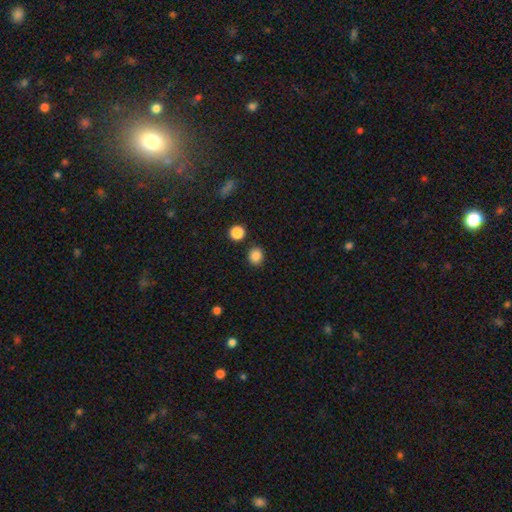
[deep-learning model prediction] Q: Smooth or featured?
A: smooth (85%); runner-up: star or artifact (11%)
Q: How rounded?
A: round (78%); runner-up: in between (21%)
Q: Merging?
A: none (86%); runner-up: minor disturbance (7%)